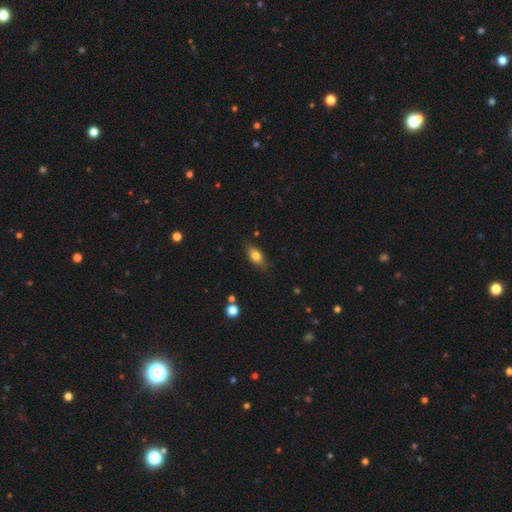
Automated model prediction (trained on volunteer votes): Morphology: type=smooth (77%); roundness=in between (82%); merging=none (81%).